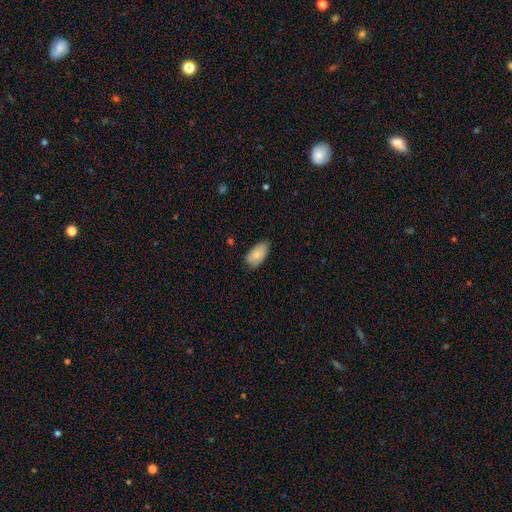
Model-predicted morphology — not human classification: Smooth or featured? Predicted: smooth (p=0.86). How rounded? Predicted: in between (p=0.95). Merging? Predicted: none (p=0.78).